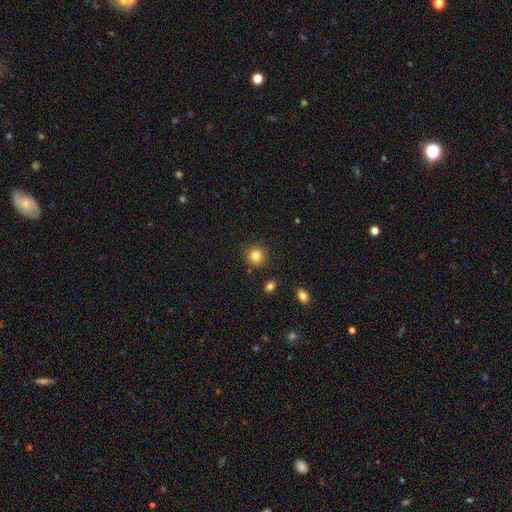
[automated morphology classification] Smooth or featured?
  - smooth: 83% *
  - star or artifact: 11%
  - featured or disk: 6%
How rounded?
  - round: 91% *
  - in between: 8%
  - cigar-shaped: 1%
Merging?
  - none: 87% *
  - minor disturbance: 8%
  - merger: 3%
  - major disturbance: 2%